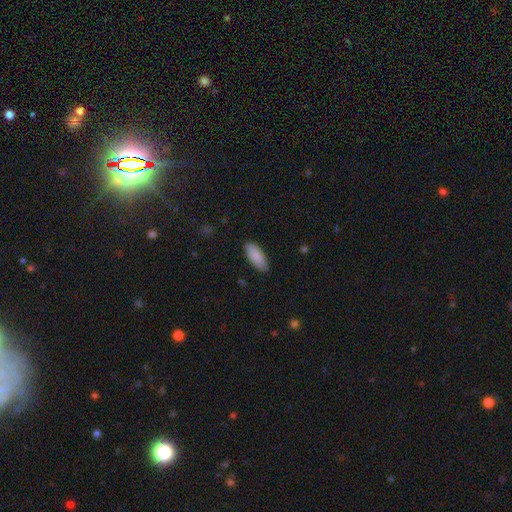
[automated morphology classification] Smooth or featured?
  - smooth: 89% *
  - star or artifact: 6%
  - featured or disk: 5%
How rounded?
  - in between: 84% *
  - cigar-shaped: 15%
  - round: 2%
Merging?
  - none: 87% *
  - minor disturbance: 10%
  - major disturbance: 2%
  - merger: 1%